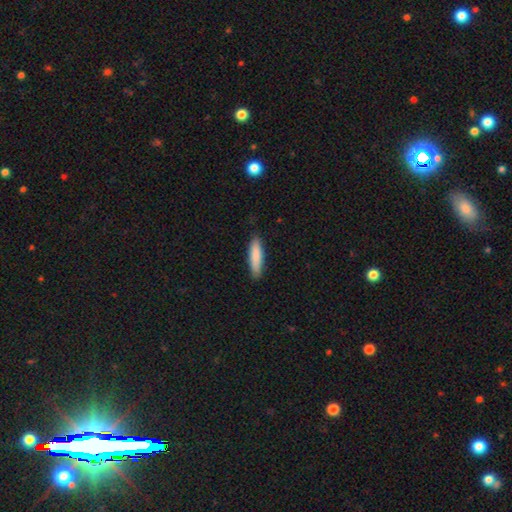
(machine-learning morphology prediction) The model was most divided on "how rounded": cigar-shaped: 76%, in between: 23%, round: 1%. More confident: merging — none (86%); smooth or featured — smooth (84%).